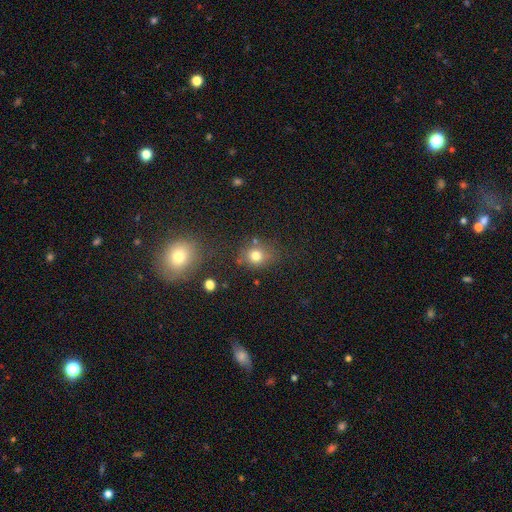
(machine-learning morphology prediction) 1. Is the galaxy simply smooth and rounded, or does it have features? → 76% smooth, 16% star or artifact, 8% featured or disk.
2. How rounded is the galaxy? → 74% round, 25% in between, 1% cigar-shaped.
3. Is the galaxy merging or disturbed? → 72% none, 15% minor disturbance, 8% merger, 6% major disturbance.